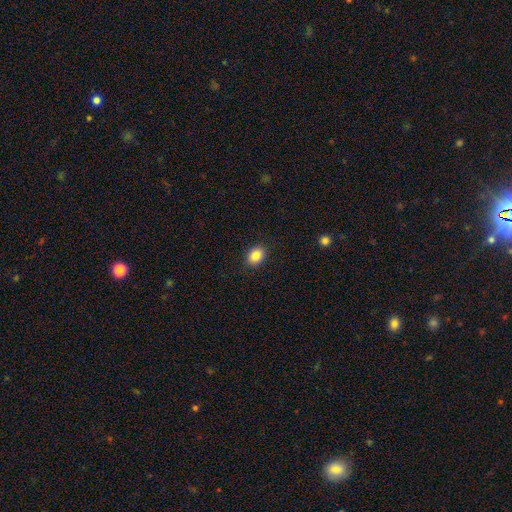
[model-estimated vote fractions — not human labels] This is clearly a smooth galaxy (86%). How rounded: likely in between (65%). Merging: clearly none (90%).